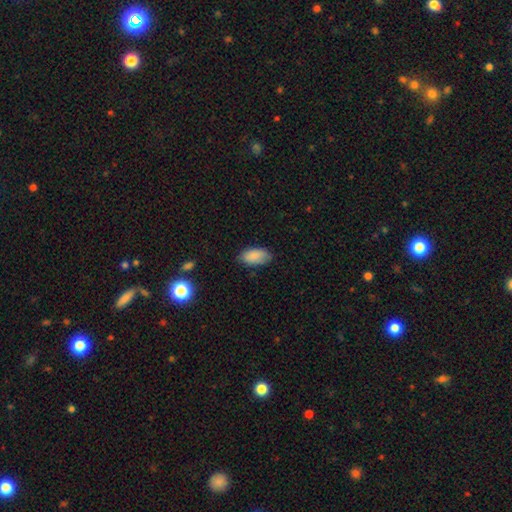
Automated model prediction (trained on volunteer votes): Smooth or featured? smooth (87%)
How rounded? in between (94%)
Merging? none (78%)